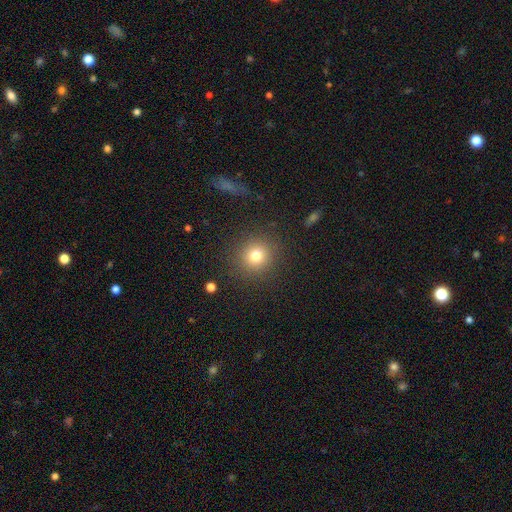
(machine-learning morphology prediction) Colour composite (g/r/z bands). It shows a smooth galaxy with no disk features (77%) that is round (90%). Merging: none (88%).